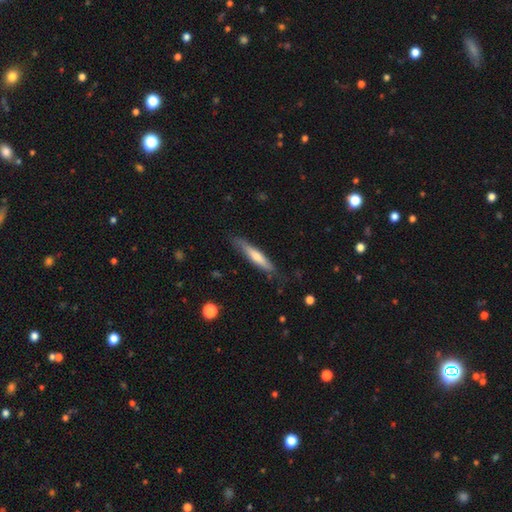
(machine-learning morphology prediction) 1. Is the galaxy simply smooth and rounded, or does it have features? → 47% featured or disk, 46% smooth, 7% star or artifact.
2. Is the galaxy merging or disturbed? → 80% none, 15% minor disturbance, 3% major disturbance, 1% merger.